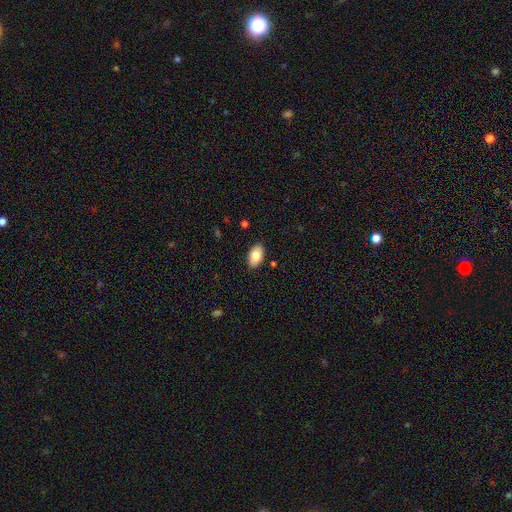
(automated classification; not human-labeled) Q: Smooth or featured?
A: smooth (80%); runner-up: featured or disk (13%)
Q: How rounded?
A: in between (93%); runner-up: round (6%)
Q: Merging?
A: none (88%); runner-up: minor disturbance (9%)